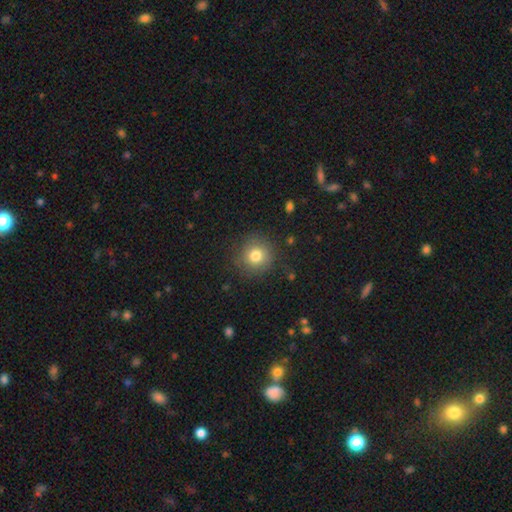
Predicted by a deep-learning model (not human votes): Smooth or featured?
  - smooth: 79% *
  - star or artifact: 12%
  - featured or disk: 9%
How rounded?
  - round: 93% *
  - in between: 6%
  - cigar-shaped: 1%
Merging?
  - none: 86% *
  - minor disturbance: 9%
  - major disturbance: 3%
  - merger: 1%